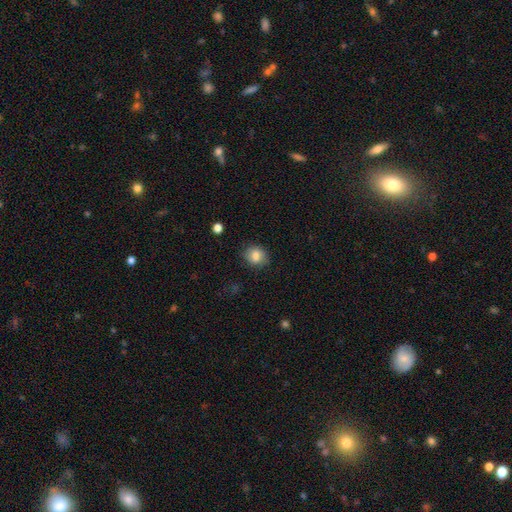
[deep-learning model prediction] The model was most divided on "how rounded": round: 67%, in between: 32%, cigar-shaped: 1%. More confident: merging — none (82%); smooth or featured — smooth (82%).